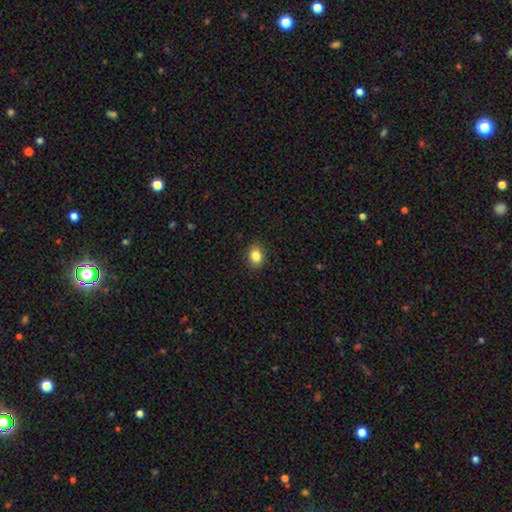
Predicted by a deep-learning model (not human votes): Smooth or featured? smooth (85%)
How rounded? in between (62%)
Merging? none (89%)